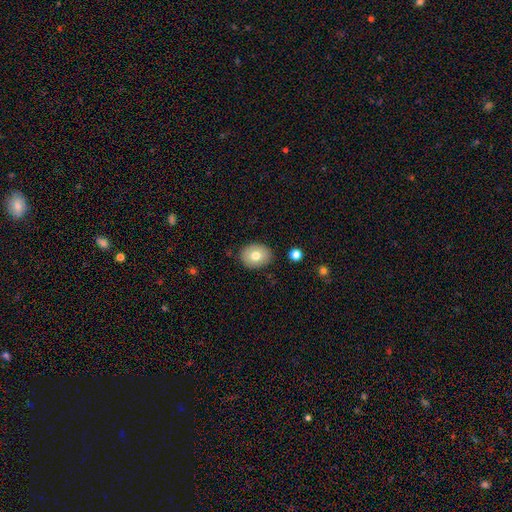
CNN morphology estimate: This appears to be a smooth galaxy with no disk features (75%) that is in between round and cigar-shaped (51%). Merging: none (87%).